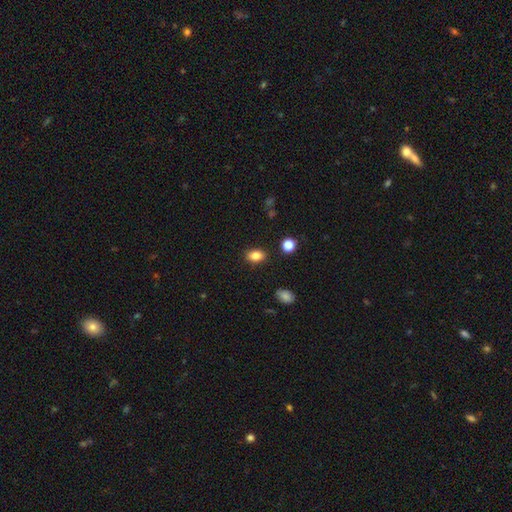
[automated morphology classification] Smooth or featured: smooth — 83% (star or artifact — 10%)
How rounded: in between — 82% (round — 16%)
Merging: none — 87% (minor disturbance — 9%)